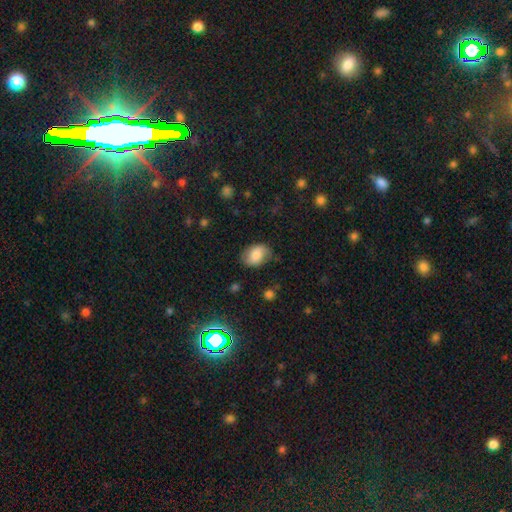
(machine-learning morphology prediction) Q: Smooth or featured?
A: smooth (76%); runner-up: featured or disk (16%)
Q: How rounded?
A: in between (78%); runner-up: round (21%)
Q: Merging?
A: none (69%); runner-up: minor disturbance (23%)